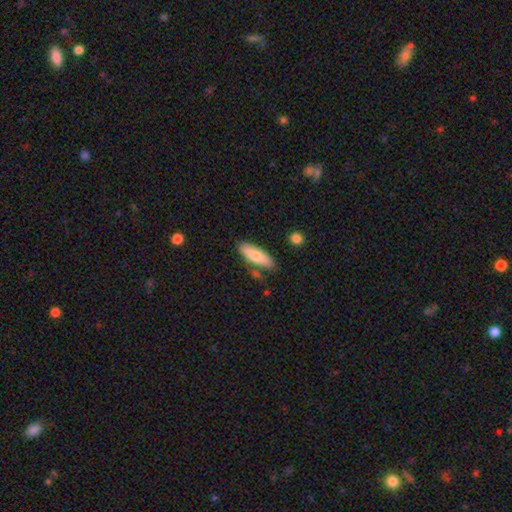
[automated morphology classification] Smooth or featured: smooth — 74% (featured or disk — 20%)
How rounded: in between — 51% (cigar-shaped — 47%)
Merging: none — 77% (minor disturbance — 15%)